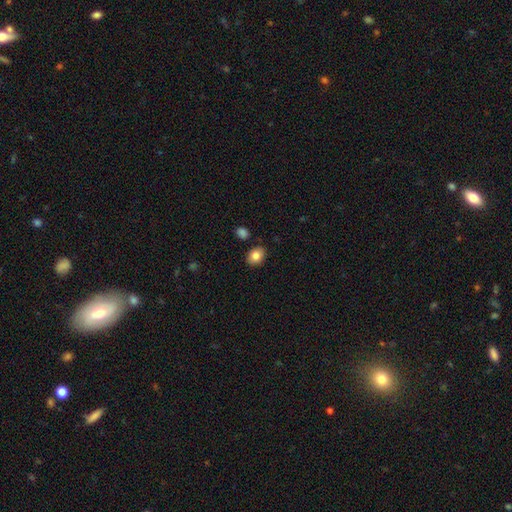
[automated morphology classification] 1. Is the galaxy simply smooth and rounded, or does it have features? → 84% smooth, 9% star or artifact, 7% featured or disk.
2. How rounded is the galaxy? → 62% in between, 37% round, 1% cigar-shaped.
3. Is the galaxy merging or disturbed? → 86% none, 9% minor disturbance, 3% merger, 2% major disturbance.